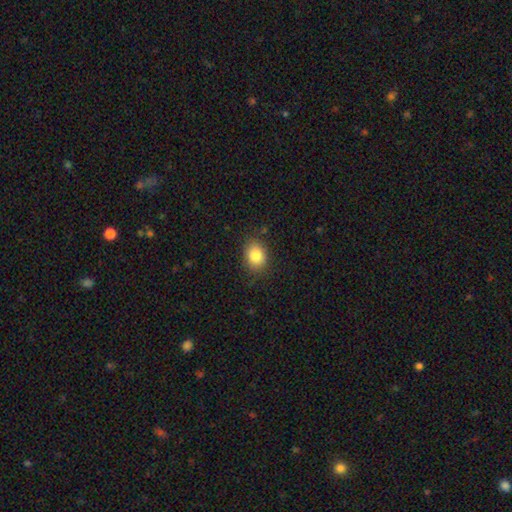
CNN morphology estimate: Q: Smooth or featured?
A: smooth (84%); runner-up: star or artifact (9%)
Q: How rounded?
A: in between (58%); runner-up: round (41%)
Q: Merging?
A: none (83%); runner-up: minor disturbance (13%)